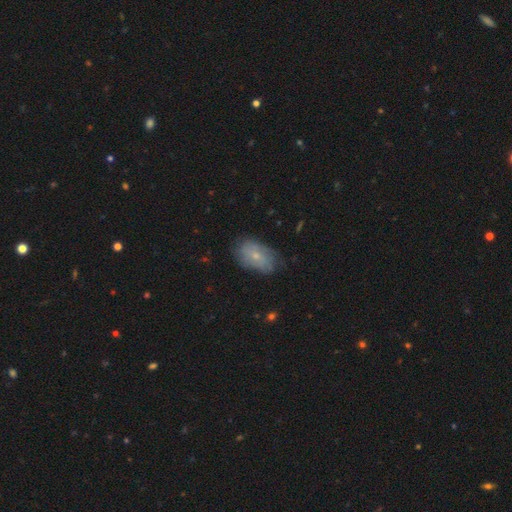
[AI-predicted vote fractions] smooth 56%, featured or disk 36%, star or artifact 8%. Down the decision tree: how rounded — in between (90%); merging — none (70%).